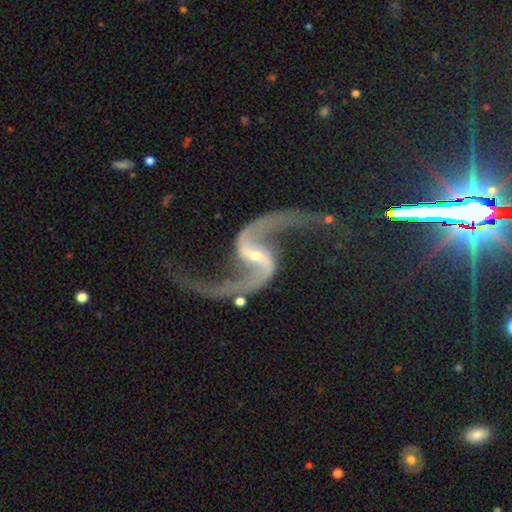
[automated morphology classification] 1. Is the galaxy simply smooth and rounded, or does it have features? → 94% featured or disk, 4% star or artifact, 2% smooth.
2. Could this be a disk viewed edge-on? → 98% no, 2% yes.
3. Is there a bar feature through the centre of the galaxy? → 43% strong, 38% weak, 18% no.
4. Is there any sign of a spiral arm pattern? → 98% yes, 2% no.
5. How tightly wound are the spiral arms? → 87% loose, 10% medium, 3% tight.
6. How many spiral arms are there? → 95% 2, 1% 1, 1% can't tell, 1% 3, 1% 4, 1% more than 4.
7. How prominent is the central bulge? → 72% small, 22% moderate, 3% none, 2% large, 1% dominant.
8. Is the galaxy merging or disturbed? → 71% none, 13% minor disturbance, 11% major disturbance, 5% merger.